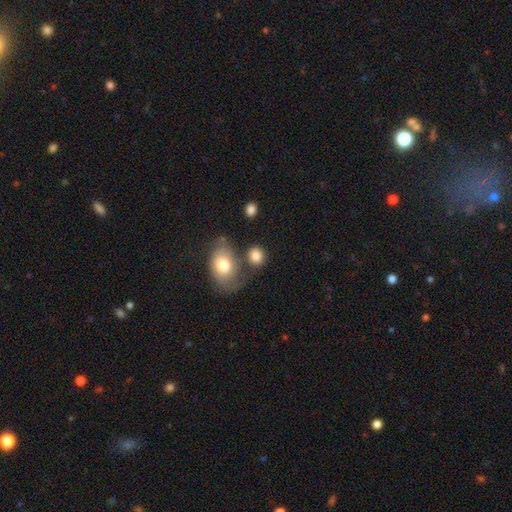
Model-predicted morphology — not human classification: smooth_or_featured: smooth (p=0.83) [alt: star or artifact p=0.08]
how_rounded: round (p=0.62) [alt: in between p=0.37]
merging: none (p=0.62) [alt: merger p=0.18]